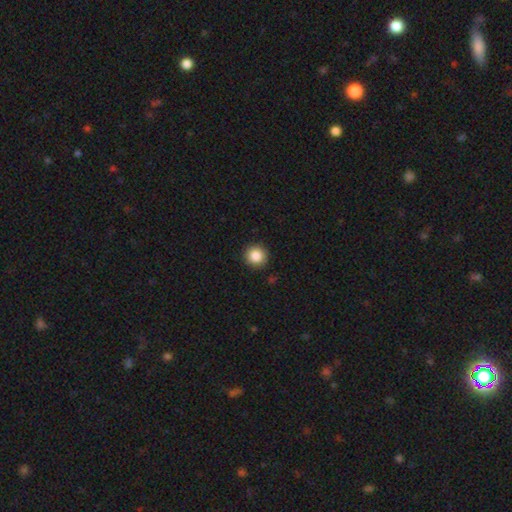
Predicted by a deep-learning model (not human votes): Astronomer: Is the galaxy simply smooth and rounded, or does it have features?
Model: smooth — 86%.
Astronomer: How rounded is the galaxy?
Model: round — 95%.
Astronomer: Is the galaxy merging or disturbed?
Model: none — 92%.